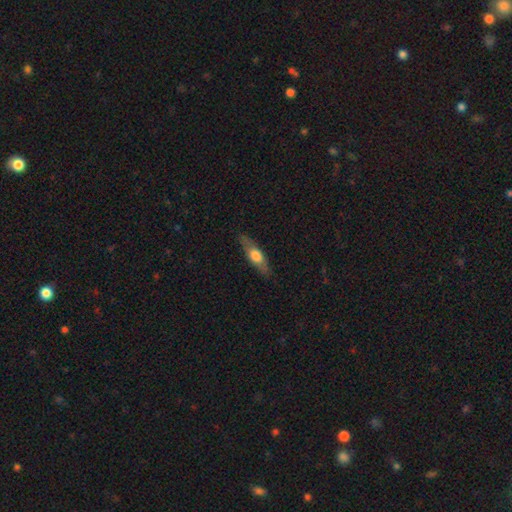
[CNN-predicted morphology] Overall: smooth (49%; featured or disk 45%). Merging: none (84%).